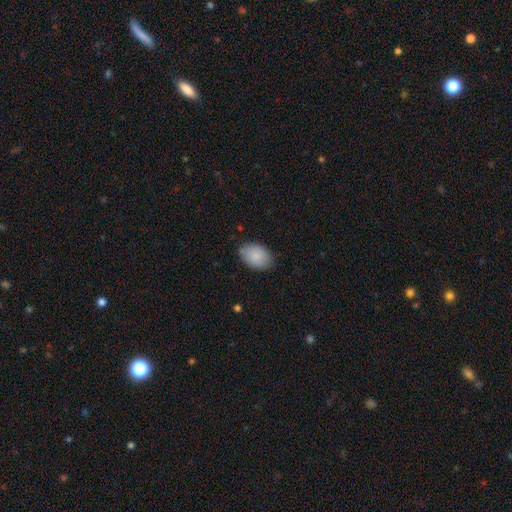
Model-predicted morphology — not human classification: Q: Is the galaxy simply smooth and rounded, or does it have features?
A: smooth — 86%.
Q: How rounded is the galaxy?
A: in between — 83%.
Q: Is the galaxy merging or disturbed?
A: none — 80%.